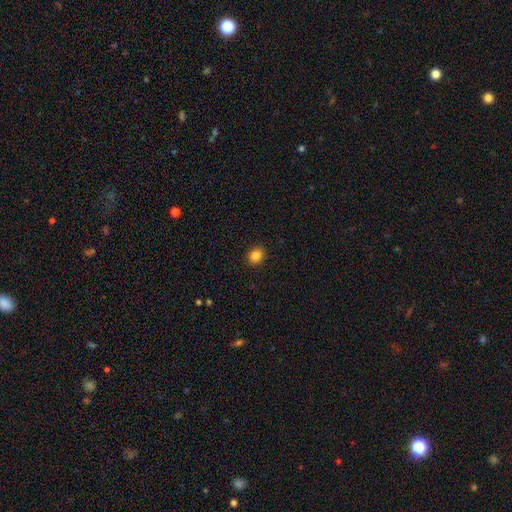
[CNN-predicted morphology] type=smooth (85%); roundness=round (66%); merging=none (91%).